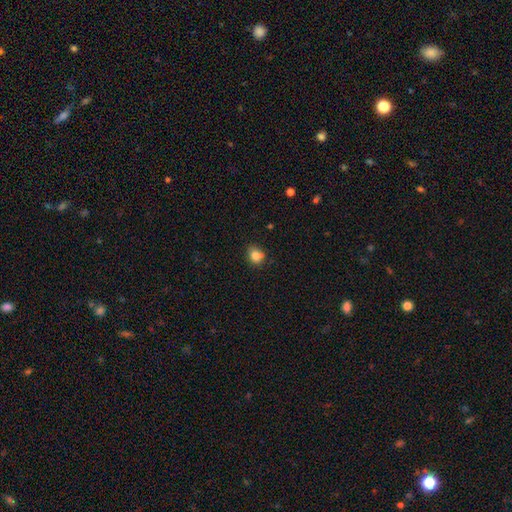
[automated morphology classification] type=smooth (80%); roundness=round (60%); merging=none (57%).